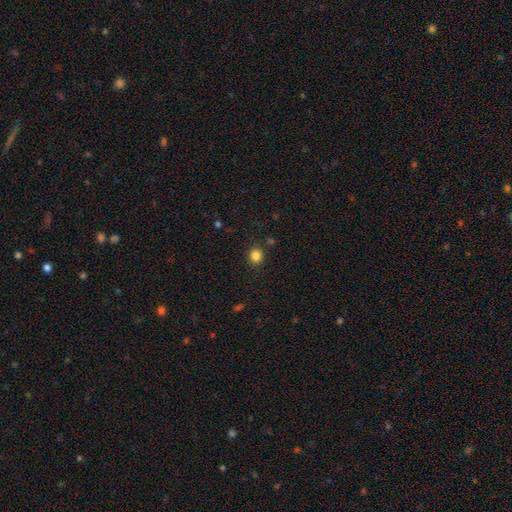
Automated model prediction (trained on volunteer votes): This appears to be a smooth galaxy with no disk features (84%) that is round (83%). Merging: none (89%).